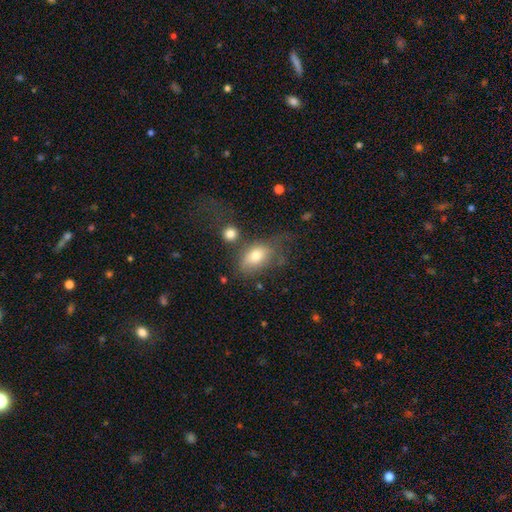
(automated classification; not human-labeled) smooth-or-featured: smooth: 74% | featured or disk: 17% | star or artifact: 9%
  how-rounded: in between: 86% | round: 11% | cigar-shaped: 3%
  merging: none: 43% | minor disturbance: 24% | major disturbance: 21% | merger: 12%